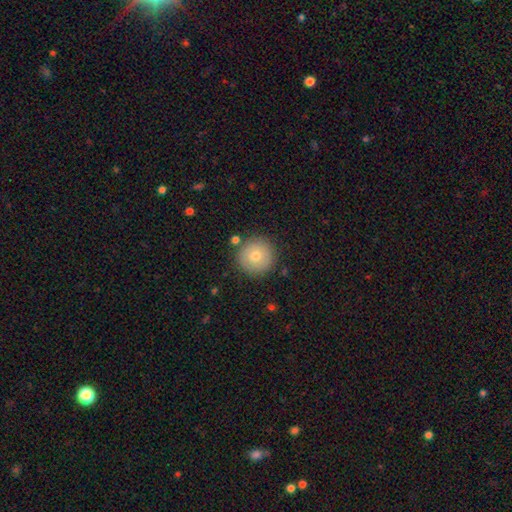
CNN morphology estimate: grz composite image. It shows a smooth galaxy with no disk features (74%) that is round (96%). Merging: none (86%).